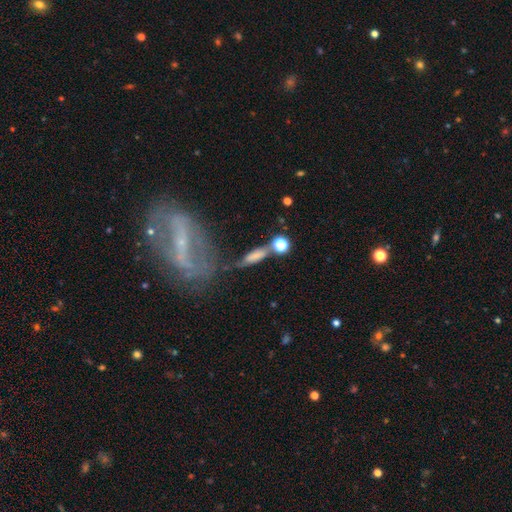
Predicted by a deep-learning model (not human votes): Morphology: type=smooth (62%); roundness=cigar-shaped (60%); merging=none (50%).